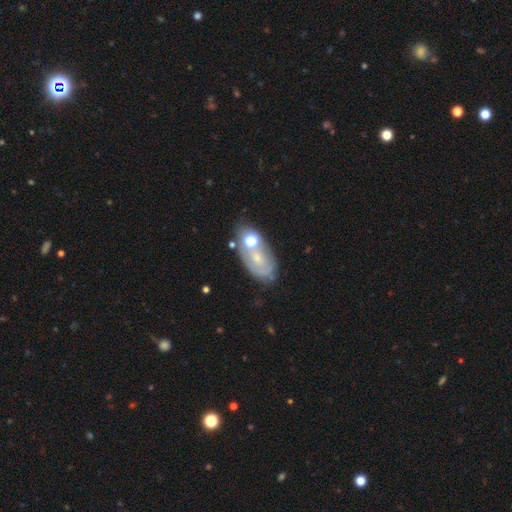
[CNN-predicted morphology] Q: Smooth or featured?
A: featured or disk (58%); runner-up: smooth (28%)
Q: Edge-on disk?
A: no (93%); runner-up: yes (7%)
Q: Bar?
A: no (80%); runner-up: weak (16%)
Q: Spiral arms?
A: yes (55%); runner-up: no (45%)
Q: Bulge size?
A: small (47%); runner-up: moderate (40%)
Q: Merging?
A: none (55%); runner-up: minor disturbance (20%)